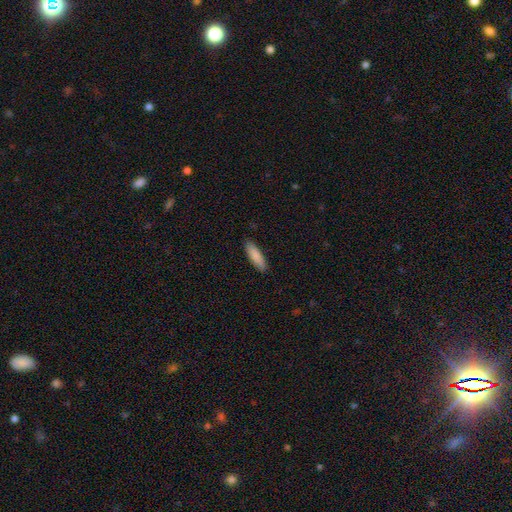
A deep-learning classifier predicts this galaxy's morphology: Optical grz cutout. It shows a smooth galaxy with no disk features (87%) that is cigar-shaped (60%). Merging: none (89%).